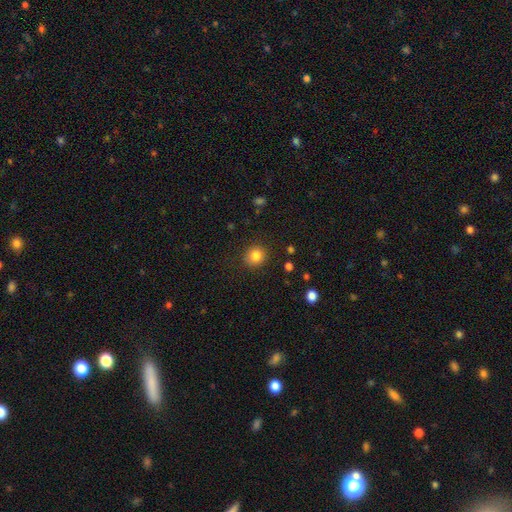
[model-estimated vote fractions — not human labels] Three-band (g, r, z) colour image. It shows a smooth galaxy with no disk features (83%) that is round (84%). Merging: none (87%).